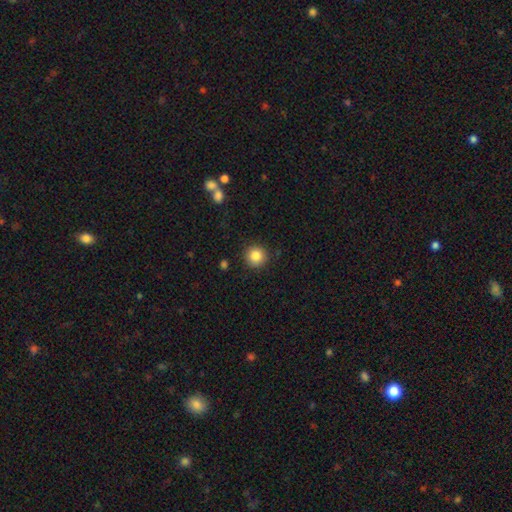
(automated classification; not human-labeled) Smooth or featured? smooth (85%)
How rounded? round (94%)
Merging? none (89%)